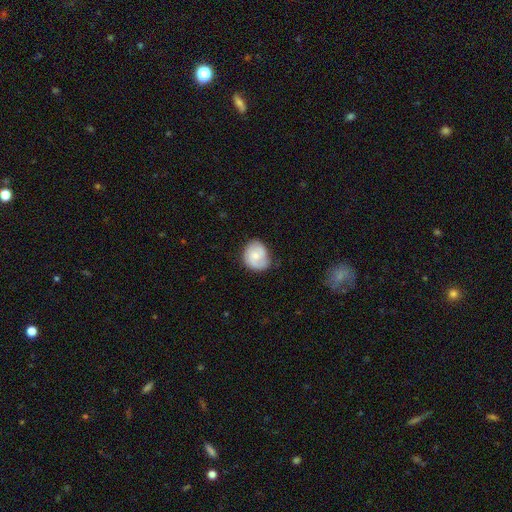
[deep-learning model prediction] Q: Smooth or featured?
A: smooth (55%); runner-up: featured or disk (38%)
Q: How rounded?
A: round (64%); runner-up: in between (35%)
Q: Merging?
A: none (59%); runner-up: minor disturbance (31%)